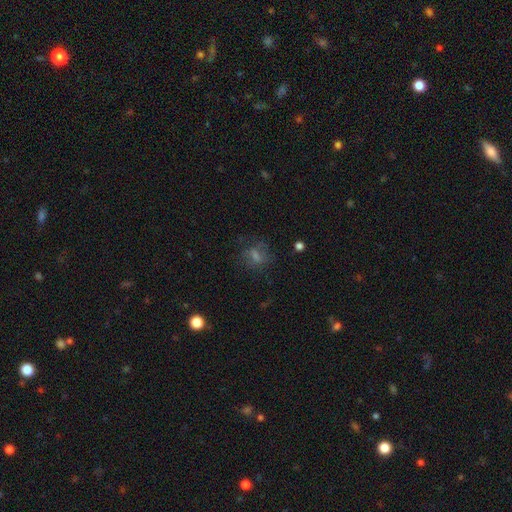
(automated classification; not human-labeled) smooth 47%, star or artifact 28%, featured or disk 25%. Down the decision tree: merging — none (70%).